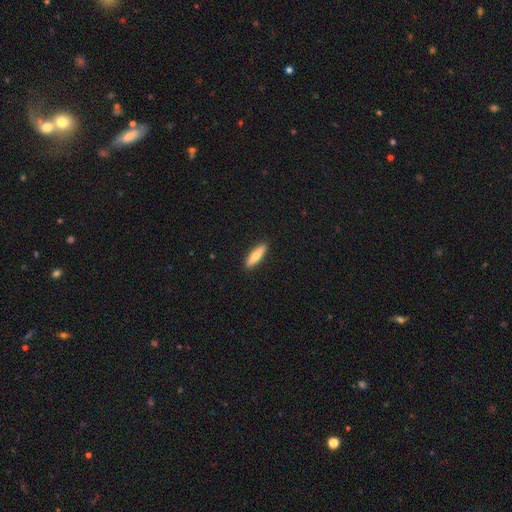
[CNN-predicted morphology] This appears to be a smooth galaxy with no disk features (70%) that is cigar-shaped (70%). Merging: none (91%).